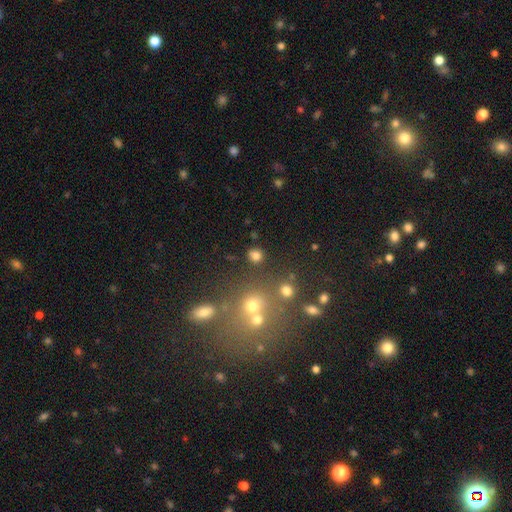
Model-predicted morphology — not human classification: Smooth or featured? Predicted: smooth (p=0.76). How rounded? Predicted: round (p=0.80). Merging? Predicted: none (p=0.82).